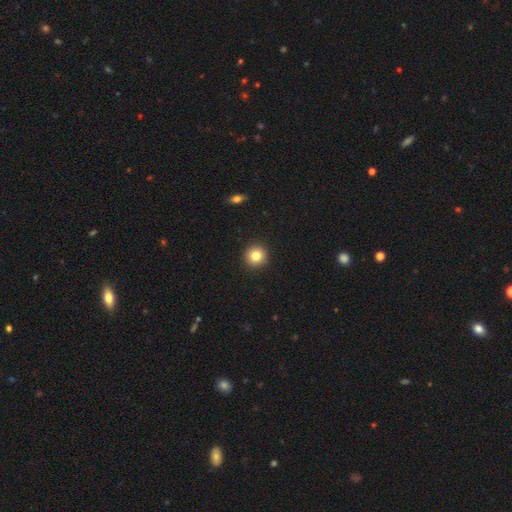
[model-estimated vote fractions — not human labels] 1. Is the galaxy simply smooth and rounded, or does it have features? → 82% smooth, 11% star or artifact, 7% featured or disk.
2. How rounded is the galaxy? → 95% round, 5% in between, 1% cigar-shaped.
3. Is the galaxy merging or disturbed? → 93% none, 4% minor disturbance, 2% major disturbance, 1% merger.